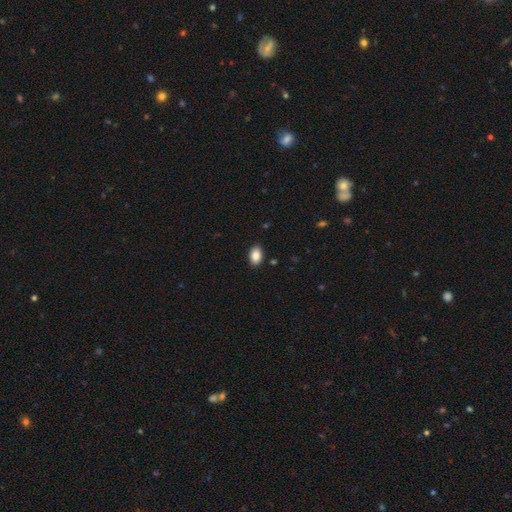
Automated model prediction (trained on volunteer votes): smooth_or_featured: smooth (p=0.88) [alt: star or artifact p=0.08]
how_rounded: in between (p=0.88) [alt: round p=0.11]
merging: none (p=0.89) [alt: minor disturbance p=0.08]